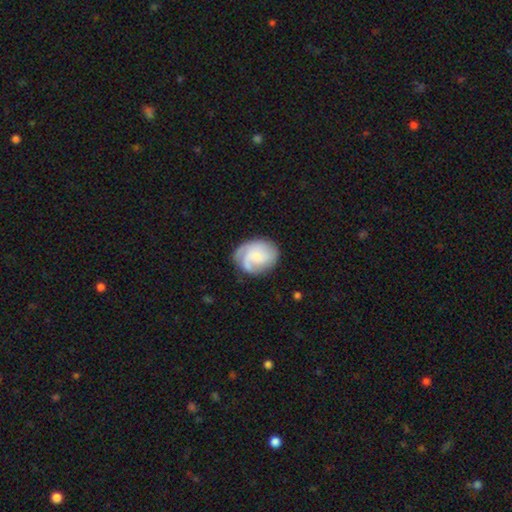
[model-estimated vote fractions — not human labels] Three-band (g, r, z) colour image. It shows a featured or disk galaxy (61%) with no bar (69%), 3 (28%) tight (44%) spiral arms (92%) and a small central bulge (40%). Merging: none (65%).